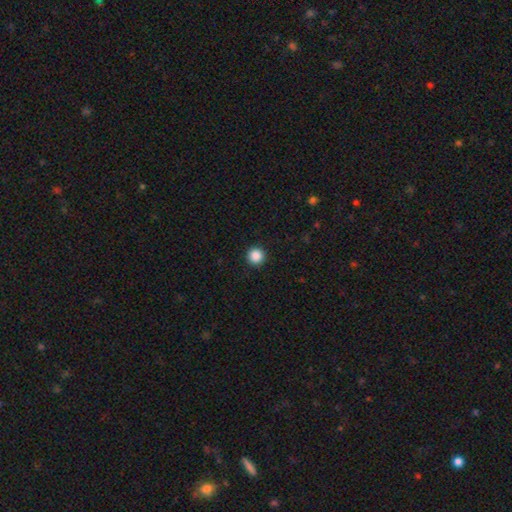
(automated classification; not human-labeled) Overall: smooth (88%). How rounded: round (96%). Merging: none (93%).